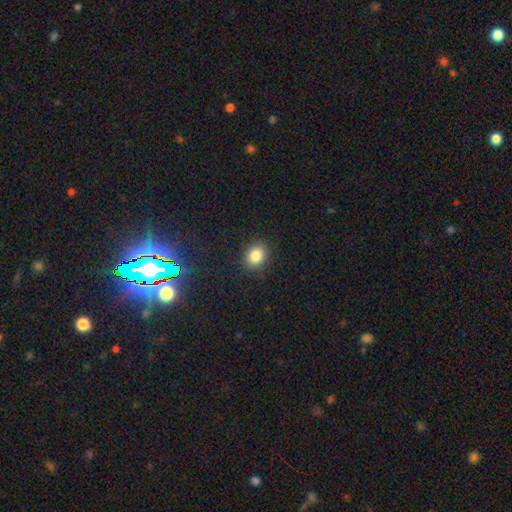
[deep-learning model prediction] This is clearly a smooth galaxy (83%). How rounded: possibly round (56%). Merging: clearly none (88%).